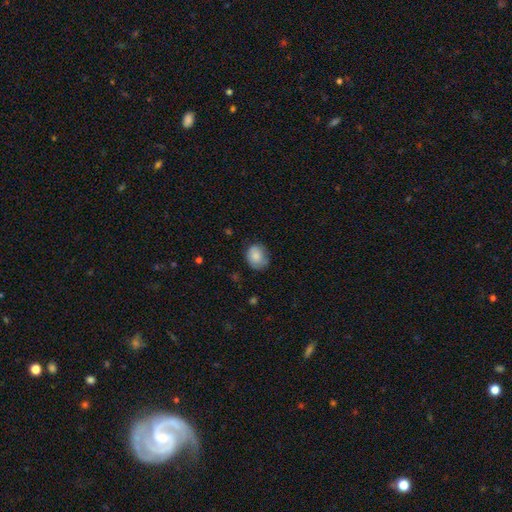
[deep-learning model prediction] Q: Smooth or featured?
A: smooth (82%); runner-up: featured or disk (10%)
Q: How rounded?
A: round (61%); runner-up: in between (38%)
Q: Merging?
A: none (69%); runner-up: minor disturbance (24%)